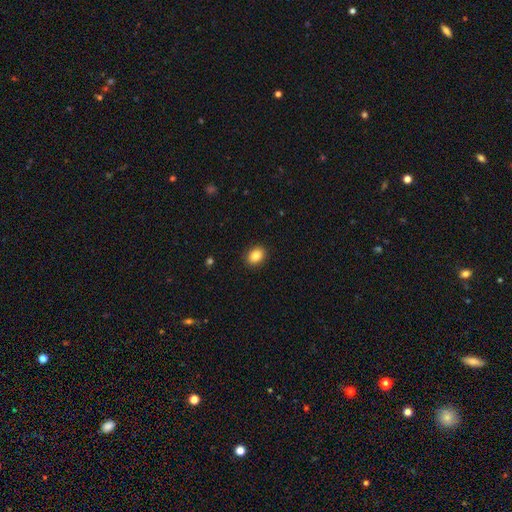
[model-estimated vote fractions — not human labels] Q: Smooth or featured?
A: smooth (85%); runner-up: star or artifact (9%)
Q: How rounded?
A: in between (64%); runner-up: round (35%)
Q: Merging?
A: none (90%); runner-up: minor disturbance (7%)